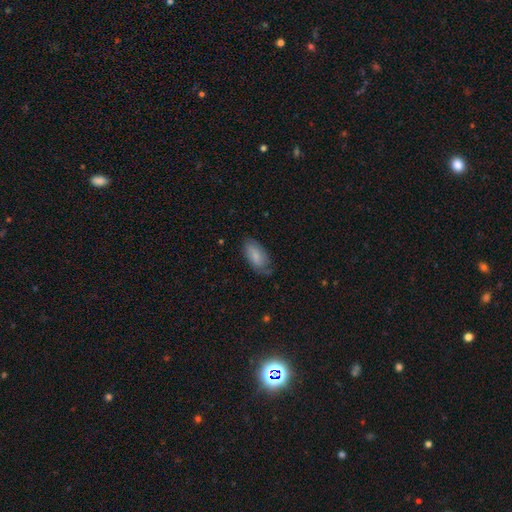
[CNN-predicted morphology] This is likely a smooth galaxy (75%). How rounded: clearly in between (92%). Merging: likely none (68%).